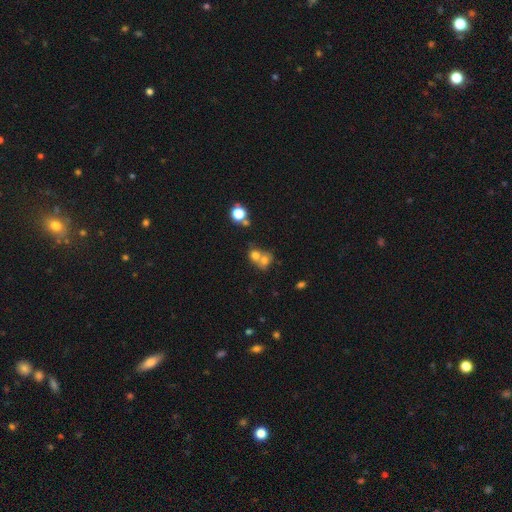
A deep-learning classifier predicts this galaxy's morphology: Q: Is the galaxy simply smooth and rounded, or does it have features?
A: smooth — 68%.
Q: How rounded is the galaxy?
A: round — 71%.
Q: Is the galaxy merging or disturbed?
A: merger — 62%.